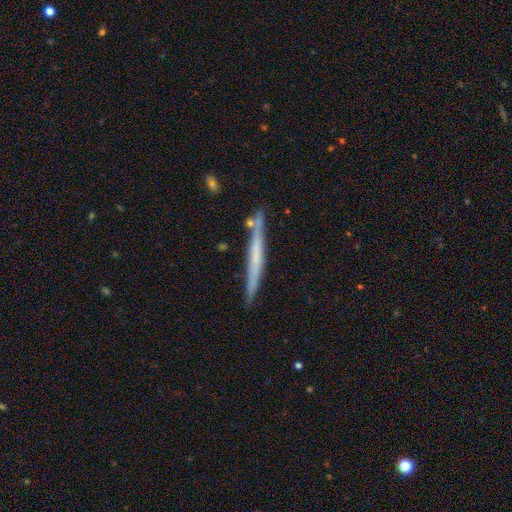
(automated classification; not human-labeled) Overall: featured or disk (52%; smooth 41%). Edge-on disk: yes (96%). Merging: none (82%).